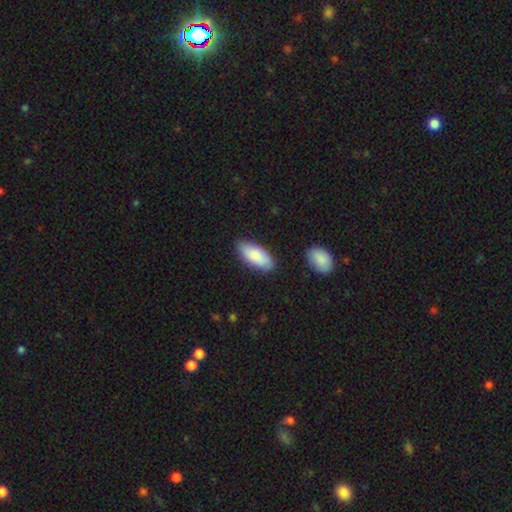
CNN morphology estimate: A smooth galaxy with no disk features (84%) that is in between round and cigar-shaped (87%).

Vote fractions:
- Smooth or featured? smooth: 84% / featured or disk: 10% / star or artifact: 6%
- How rounded? in between: 87% / cigar-shaped: 11% / round: 2%
- Merging? none: 82% / minor disturbance: 13% / major disturbance: 3% / merger: 2%